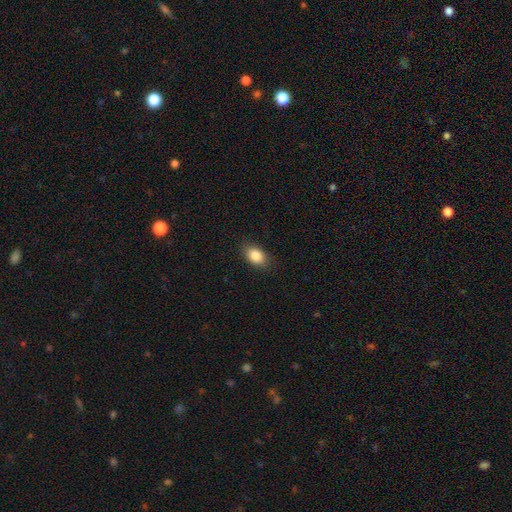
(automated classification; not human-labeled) smooth-or-featured: smooth: 86% | star or artifact: 8% | featured or disk: 6%
  how-rounded: in between: 85% | round: 13% | cigar-shaped: 2%
  merging: none: 86% | minor disturbance: 10% | major disturbance: 3% | merger: 1%